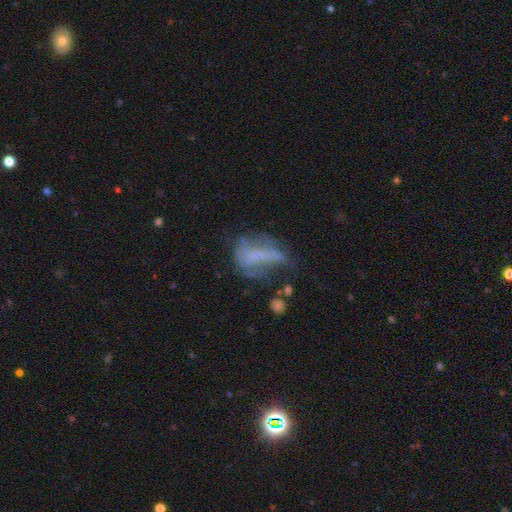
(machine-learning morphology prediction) Smooth or featured: featured or disk — 47% (smooth — 37%)
Merging: major disturbance — 41% (none — 29%)